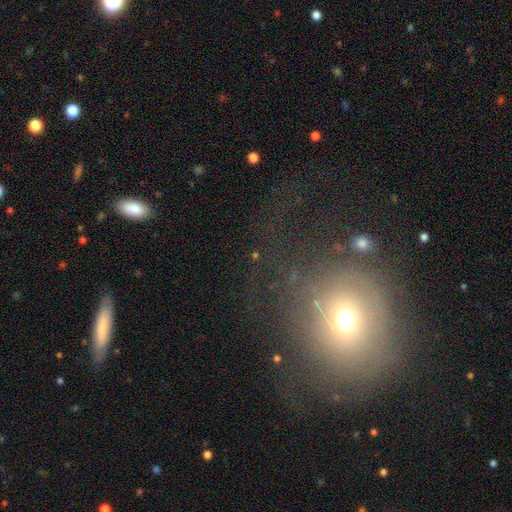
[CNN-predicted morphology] A star or artifact, not a galaxy (42%).